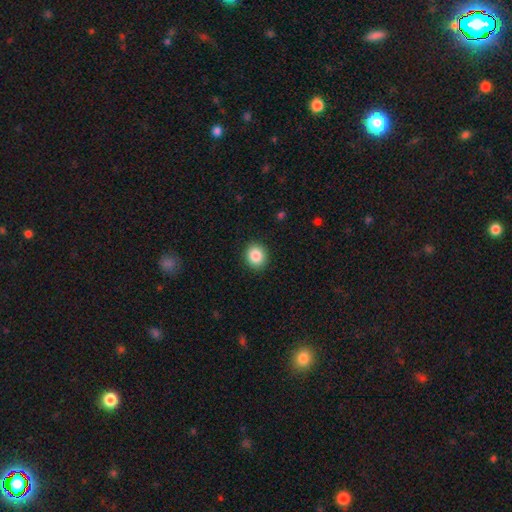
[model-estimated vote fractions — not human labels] Smooth or featured? smooth (87%)
How rounded? round (77%)
Merging? none (91%)